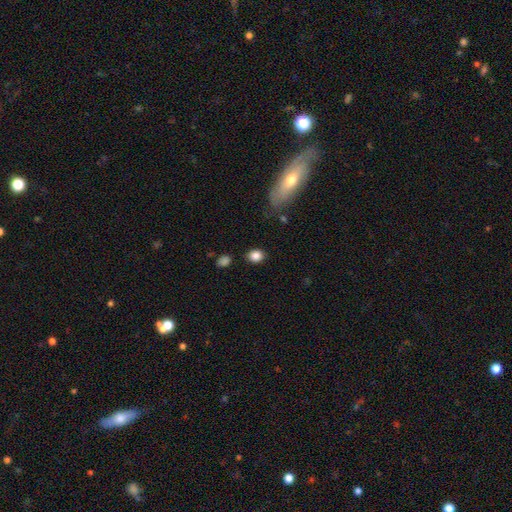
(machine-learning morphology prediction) smooth_or_featured: smooth (p=0.86) [alt: star or artifact p=0.09]
how_rounded: round (p=0.55) [alt: in between p=0.44]
merging: none (p=0.82) [alt: minor disturbance p=0.11]